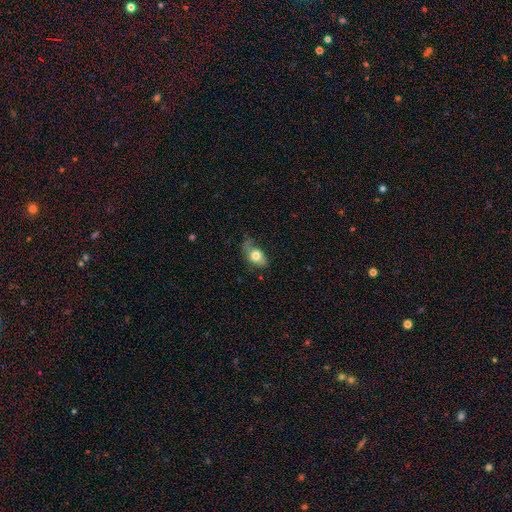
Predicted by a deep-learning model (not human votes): Overall: smooth (71%). How rounded: in between (80%). Merging: none (46%; minor disturbance 35%).